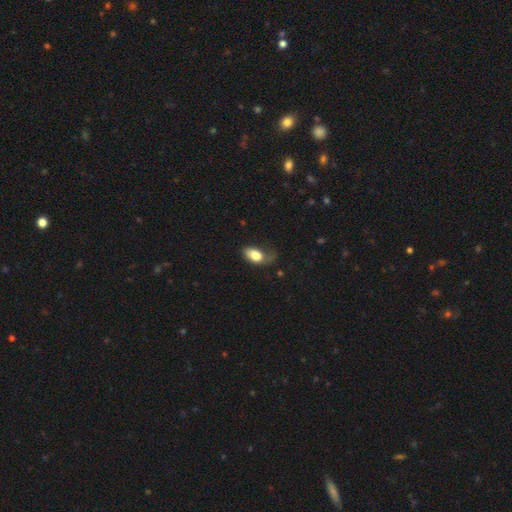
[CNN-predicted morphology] smooth 78%, featured or disk 14%, star or artifact 7%. Down the decision tree: how rounded — in between (90%); merging — none (32%, tied with minor disturbance and major disturbance).